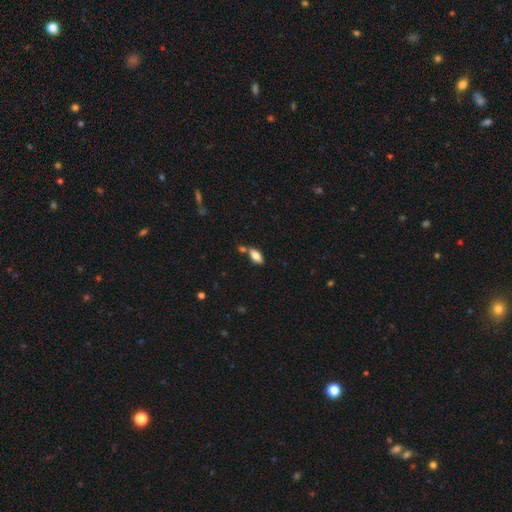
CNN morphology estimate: This is likely a smooth galaxy (75%). How rounded: clearly in between (88%). Merging: likely none (65%).